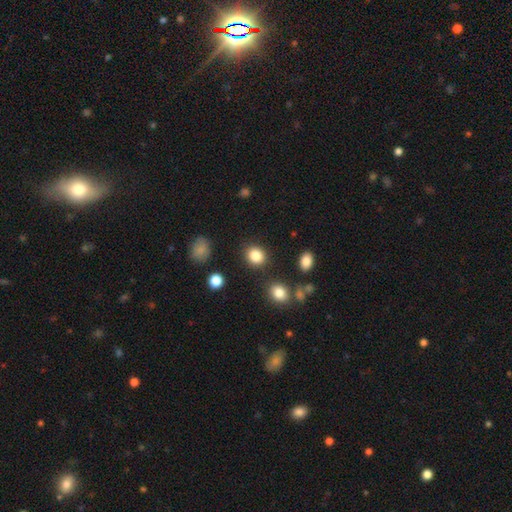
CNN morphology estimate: Overall: smooth (84%). How rounded: round (72%). Merging: none (86%).